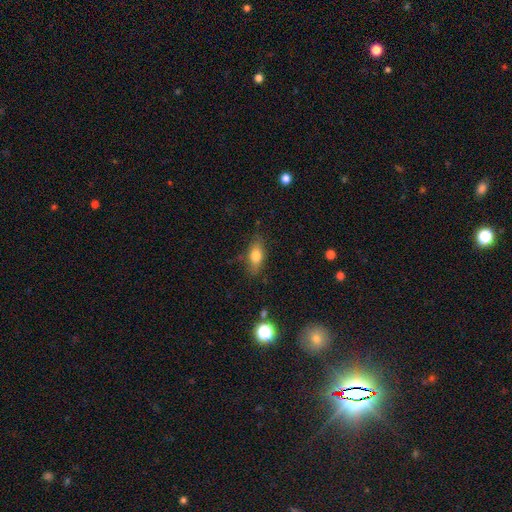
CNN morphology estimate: This appears to be a smooth galaxy with no disk features (75%) that is in between round and cigar-shaped (79%). Merging: none (77%).